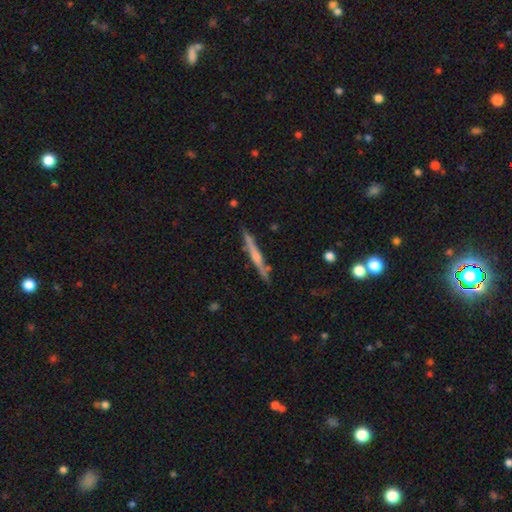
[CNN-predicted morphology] Smooth or featured? Predicted: featured or disk (p=0.63). Edge-on disk? Predicted: yes (p=0.97). Edge-on bulge? Predicted: rounded (p=0.50). Merging? Predicted: none (p=0.87).